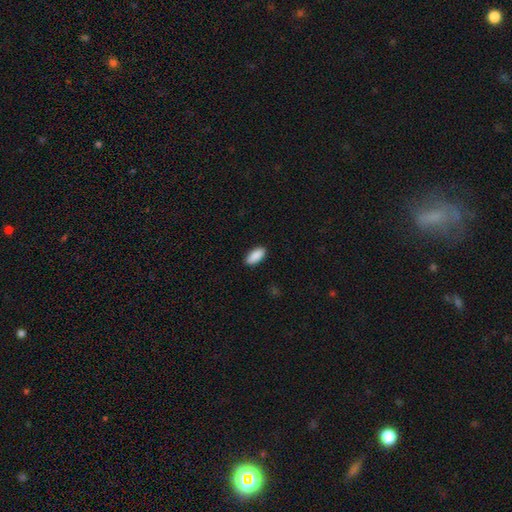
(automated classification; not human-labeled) Morphology: type=smooth (91%); roundness=in between (89%); merging=none (90%).